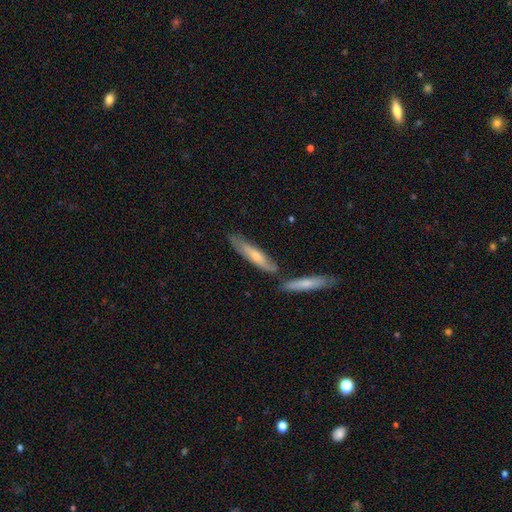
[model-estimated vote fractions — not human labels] smooth-or-featured: smooth: 53% | featured or disk: 42% | star or artifact: 5%
  how-rounded: cigar-shaped: 84% | in between: 15% | round: 1%
  merging: none: 64% | merger: 16% | minor disturbance: 16% | major disturbance: 4%